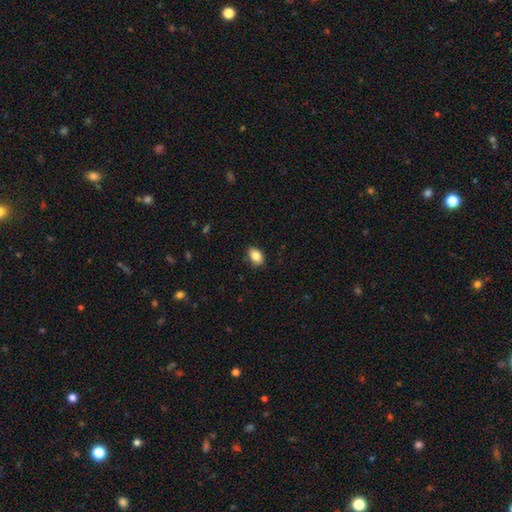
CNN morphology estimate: A smooth galaxy with no disk features (85%) that is in between round and cigar-shaped (85%).

Vote fractions:
- Smooth or featured? smooth: 85% / star or artifact: 8% / featured or disk: 7%
- How rounded? in between: 85% / round: 14% / cigar-shaped: 1%
- Merging? none: 83% / minor disturbance: 13% / major disturbance: 2% / merger: 1%